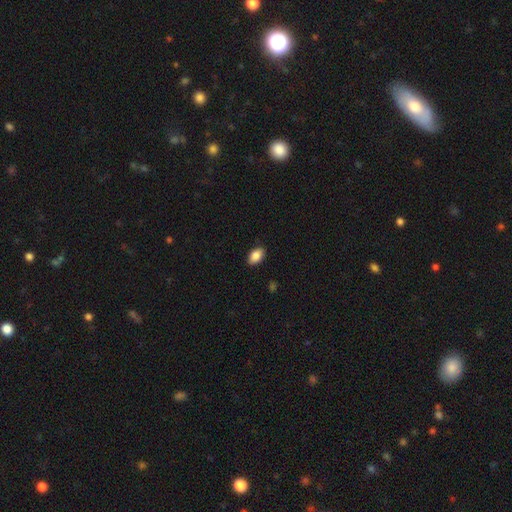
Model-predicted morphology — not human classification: Smooth or featured: smooth — 88% (star or artifact — 8%)
How rounded: in between — 90% (round — 8%)
Merging: none — 88% (minor disturbance — 9%)